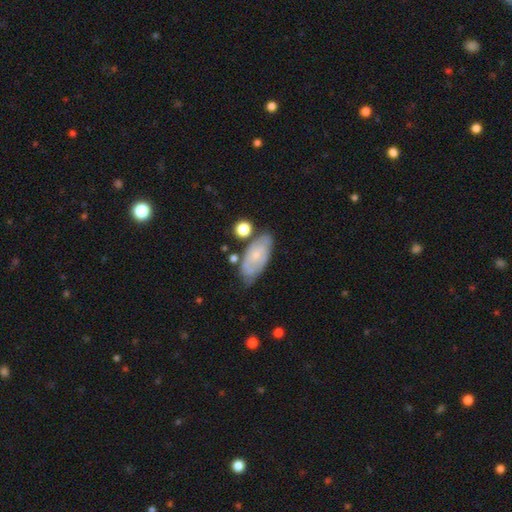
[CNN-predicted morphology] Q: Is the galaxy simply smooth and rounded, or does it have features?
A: featured or disk — 55%.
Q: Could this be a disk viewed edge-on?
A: no — 91%.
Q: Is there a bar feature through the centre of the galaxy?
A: no — 68%.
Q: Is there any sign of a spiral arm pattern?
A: yes — 71%.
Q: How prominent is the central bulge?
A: small — 68%.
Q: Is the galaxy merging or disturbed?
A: none — 60%.